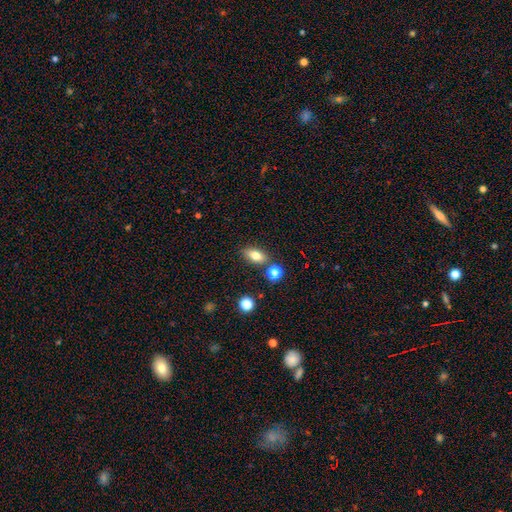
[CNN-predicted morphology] Smooth or featured: smooth — 78% (featured or disk — 12%)
How rounded: in between — 83% (round — 10%)
Merging: none — 76% (minor disturbance — 11%)